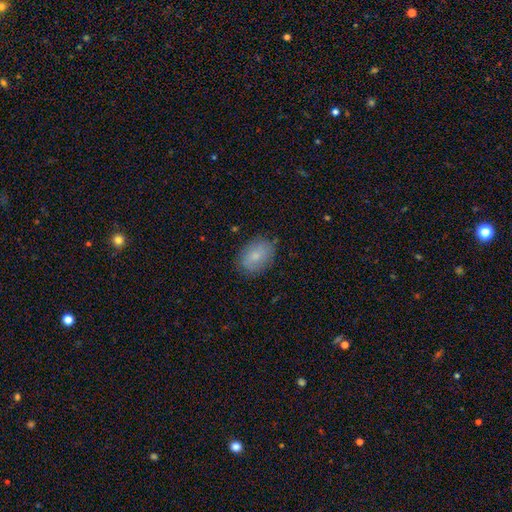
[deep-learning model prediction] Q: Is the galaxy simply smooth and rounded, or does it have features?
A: smooth — 76%.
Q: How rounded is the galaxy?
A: in between — 81%.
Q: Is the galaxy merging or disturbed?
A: none — 81%.